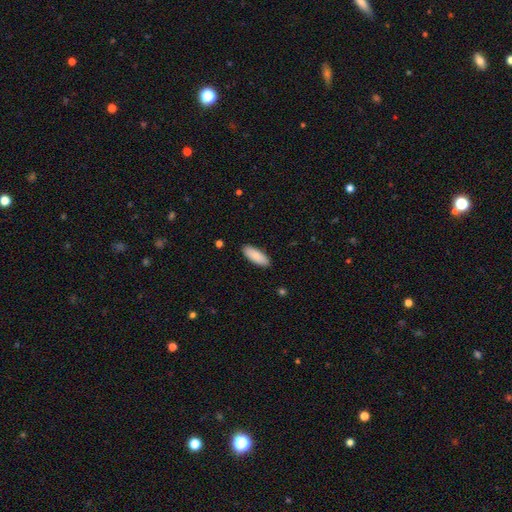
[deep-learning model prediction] smooth-or-featured: smooth: 89% | star or artifact: 6% | featured or disk: 5%
  how-rounded: in between: 73% | cigar-shaped: 26% | round: 1%
  merging: none: 90% | minor disturbance: 8% | major disturbance: 2% | merger: 1%